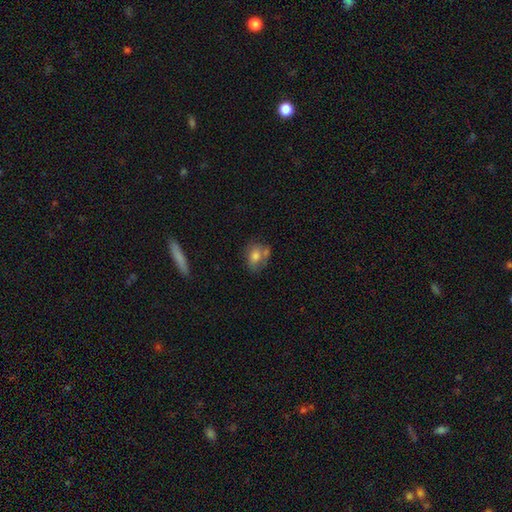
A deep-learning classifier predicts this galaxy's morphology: Smooth or featured? Predicted: smooth (p=0.71). How rounded? Predicted: in between (p=0.62). Merging? Predicted: none (p=0.46).